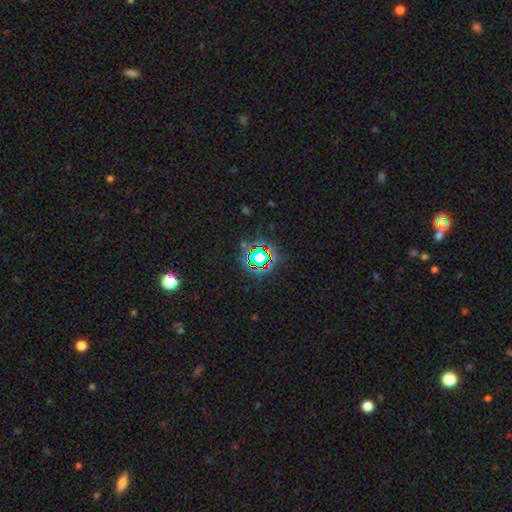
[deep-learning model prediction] Smooth or featured? star or artifact (71%)